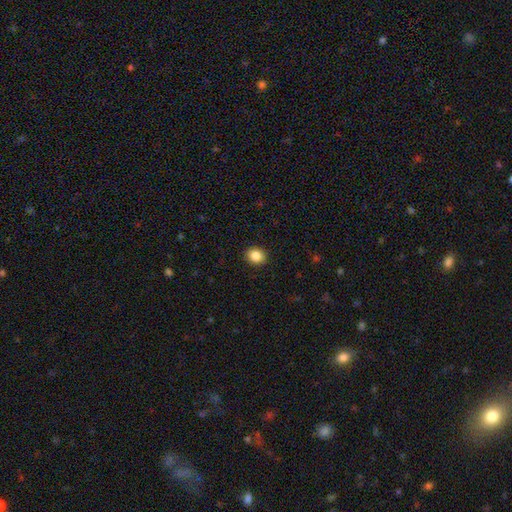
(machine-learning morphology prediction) This appears to be a smooth galaxy with no disk features (87%) that is round (62%). Merging: none (91%).